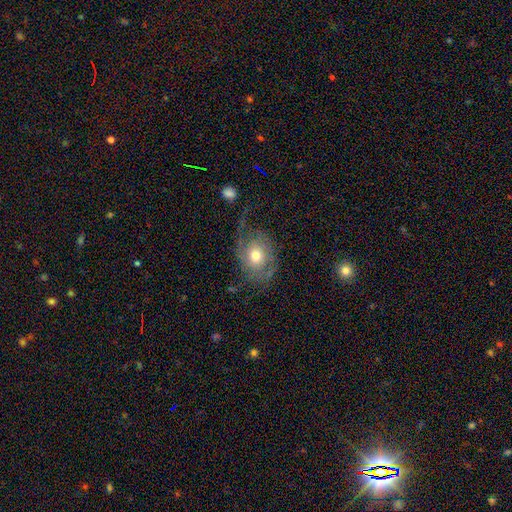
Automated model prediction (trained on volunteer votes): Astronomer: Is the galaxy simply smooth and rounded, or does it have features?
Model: featured or disk — 54% (runner-up: smooth, 38%).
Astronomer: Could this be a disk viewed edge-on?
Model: no — 95%.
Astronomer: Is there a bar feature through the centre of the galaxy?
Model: no — 79%.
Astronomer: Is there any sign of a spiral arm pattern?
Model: yes — 74%.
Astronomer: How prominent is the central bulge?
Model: moderate — 72%.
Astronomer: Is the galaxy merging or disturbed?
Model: none — 43% (runner-up: major disturbance, 33%).